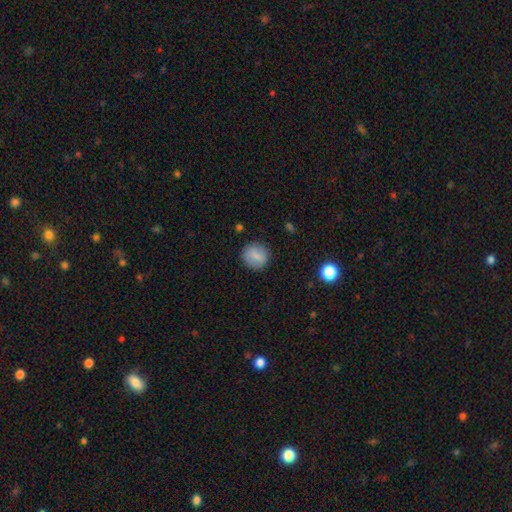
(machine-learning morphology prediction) smooth-or-featured: smooth: 80% | featured or disk: 12% | star or artifact: 8%
  how-rounded: round: 87% | in between: 12% | cigar-shaped: 1%
  merging: none: 85% | minor disturbance: 11% | major disturbance: 3% | merger: 1%